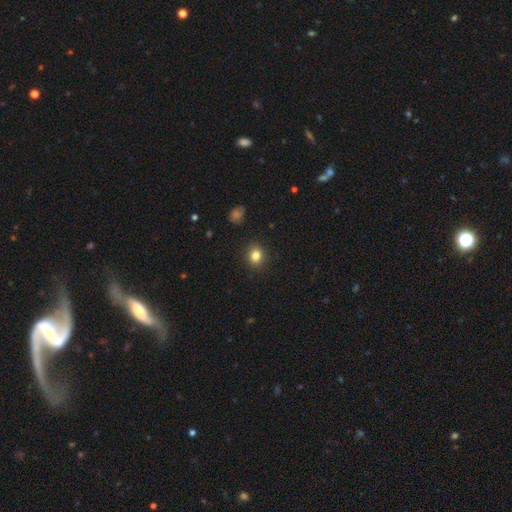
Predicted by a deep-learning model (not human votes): smooth_or_featured: smooth (p=0.83) [alt: star or artifact p=0.12]
how_rounded: round (p=0.75) [alt: in between p=0.24]
merging: none (p=0.90) [alt: minor disturbance p=0.07]